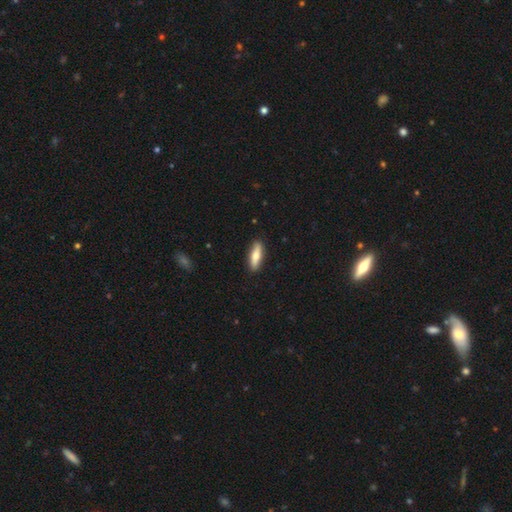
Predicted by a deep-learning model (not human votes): A smooth galaxy with no disk features (67%) that is cigar-shaped (58%). Merging: none (88%).